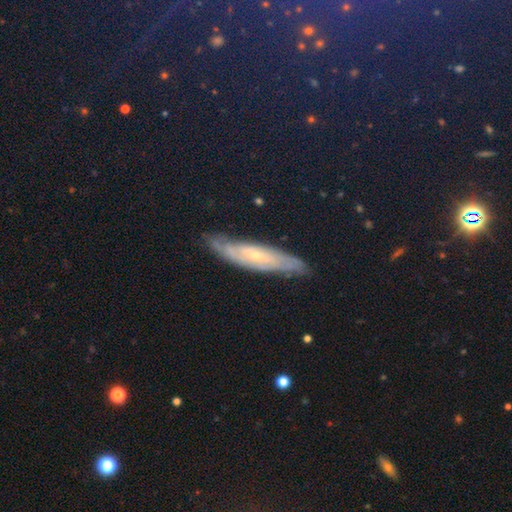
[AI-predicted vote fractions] featured or disk 64%, smooth 19%, star or artifact 17%. Down the decision tree: edge-on disk — no (58%); merging — none (79%).